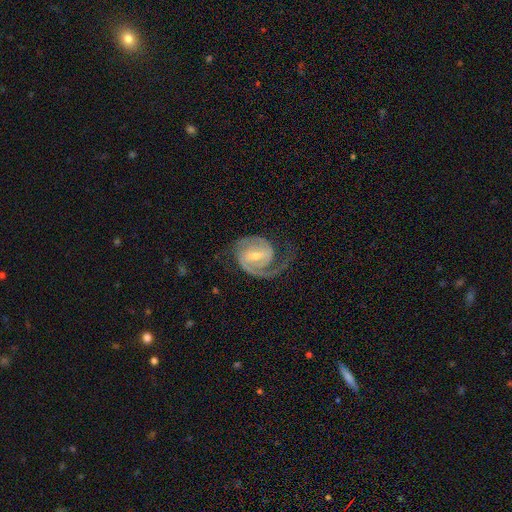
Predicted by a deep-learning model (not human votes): This appears to be a featured or disk galaxy (90%) with a weak bar (48%), 2 (71%) medium (47%) spiral arms (97%) and a small central bulge (50%). Merging: none (63%).